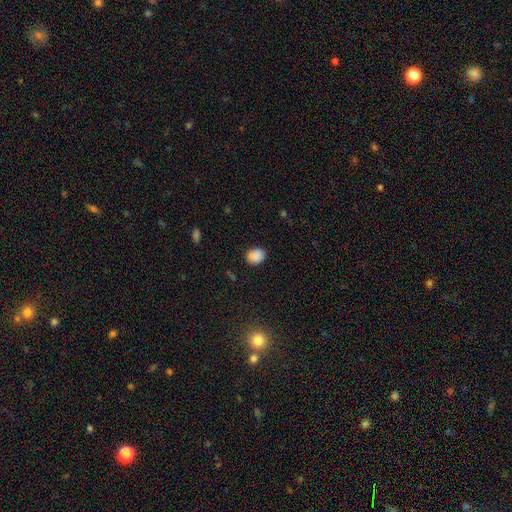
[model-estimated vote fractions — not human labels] Smooth or featured? smooth (88%)
How rounded? in between (56%)
Merging? none (84%)